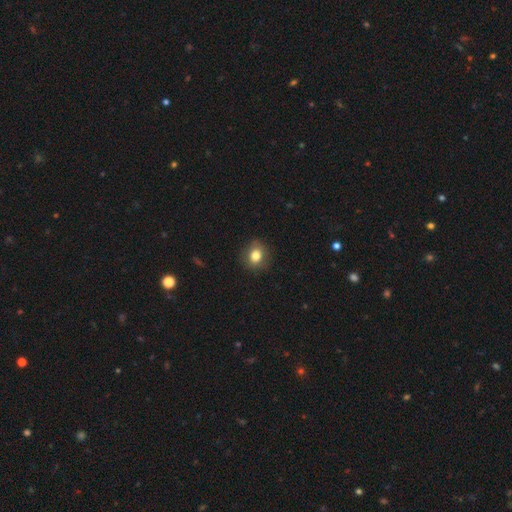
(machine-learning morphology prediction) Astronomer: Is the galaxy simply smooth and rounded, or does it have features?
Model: smooth — 80%.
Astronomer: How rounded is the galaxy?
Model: round — 71%.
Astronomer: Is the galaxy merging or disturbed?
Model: none — 85%.